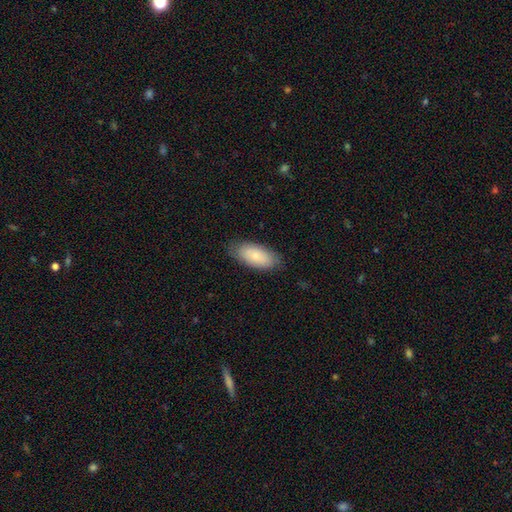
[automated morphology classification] type=smooth (79%); roundness=in between (90%); merging=none (82%).